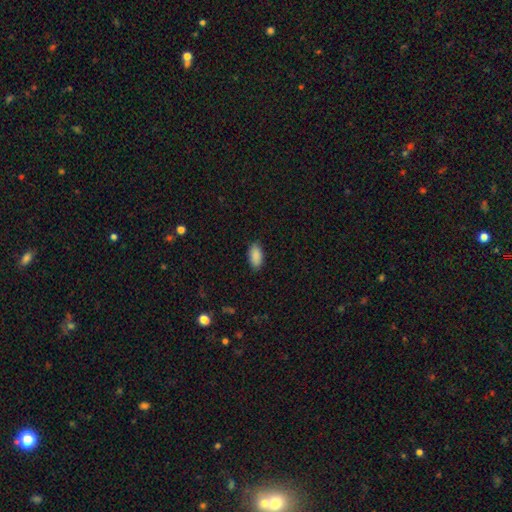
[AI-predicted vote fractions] Overall: smooth (90%). How rounded: in between (94%). Merging: none (87%).